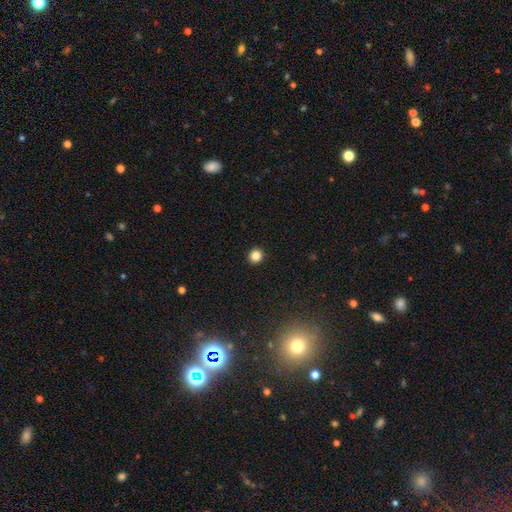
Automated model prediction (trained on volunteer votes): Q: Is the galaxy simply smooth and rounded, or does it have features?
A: smooth — 85%.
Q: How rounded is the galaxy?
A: round — 93%.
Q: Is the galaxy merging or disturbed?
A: none — 94%.